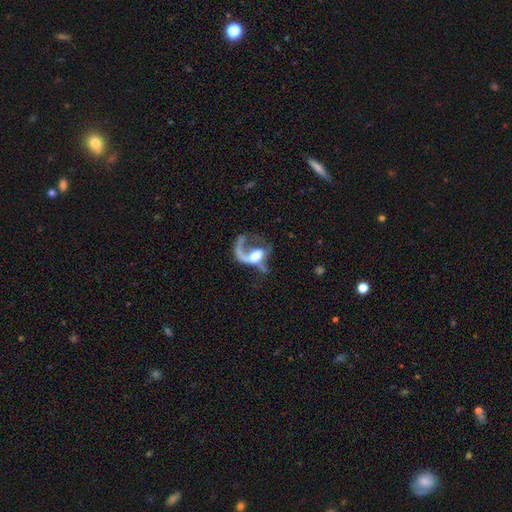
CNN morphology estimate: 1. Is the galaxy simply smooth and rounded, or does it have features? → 69% featured or disk, 22% smooth, 8% star or artifact.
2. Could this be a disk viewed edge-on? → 95% no, 5% yes.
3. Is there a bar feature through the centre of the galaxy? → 66% no, 24% weak, 10% strong.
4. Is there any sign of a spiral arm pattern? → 69% yes, 31% no.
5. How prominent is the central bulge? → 39% moderate, 38% large, 10% small, 7% none, 6% dominant.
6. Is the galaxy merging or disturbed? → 59% major disturbance, 20% none, 11% merger, 10% minor disturbance.